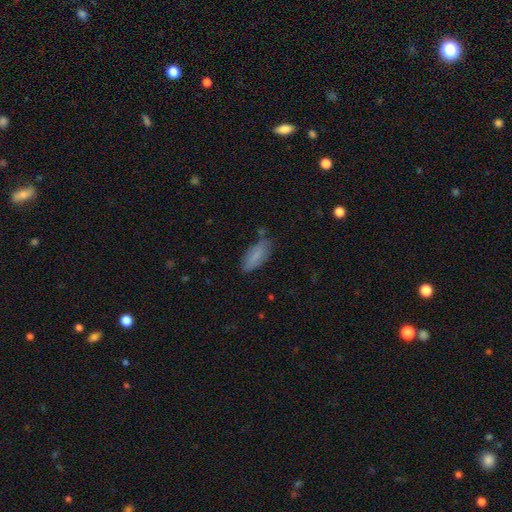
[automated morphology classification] Overall: smooth (78%). How rounded: in between (76%). Merging: none (70%).